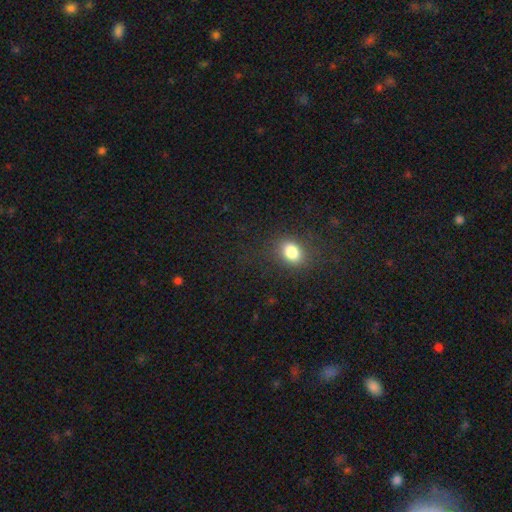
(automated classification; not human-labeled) This appears to be a smooth galaxy with no disk features (69%) that is round (58%). Merging: none (87%).